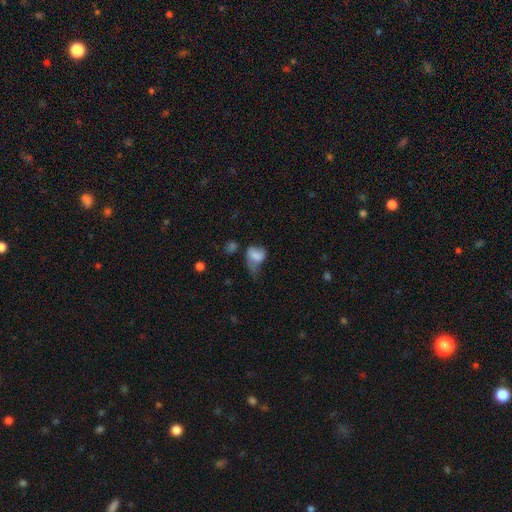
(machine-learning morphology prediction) Q: Smooth or featured?
A: smooth (70%); runner-up: featured or disk (19%)
Q: How rounded?
A: in between (72%); runner-up: round (26%)
Q: Merging?
A: major disturbance (45%); runner-up: minor disturbance (29%)